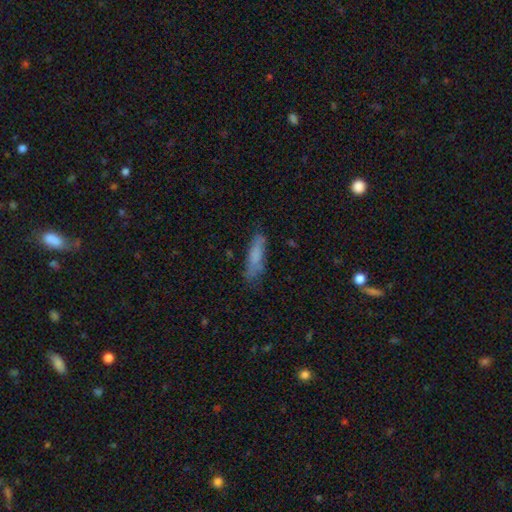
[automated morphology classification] Smooth or featured? Predicted: smooth (p=0.73). How rounded? Predicted: cigar-shaped (p=0.73). Merging? Predicted: none (p=0.73).